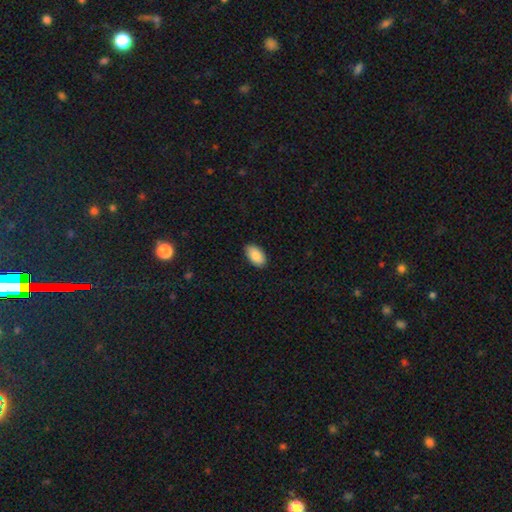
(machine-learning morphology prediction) This appears to be a smooth galaxy with no disk features (88%) that is in between round and cigar-shaped (95%). Merging: none (88%).